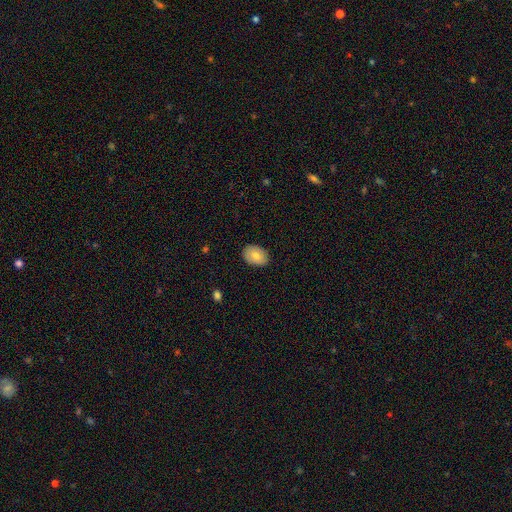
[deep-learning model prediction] The model was most divided on "how rounded": in between: 78%, round: 21%, cigar-shaped: 1%. More confident: merging — none (87%); smooth or featured — smooth (76%).